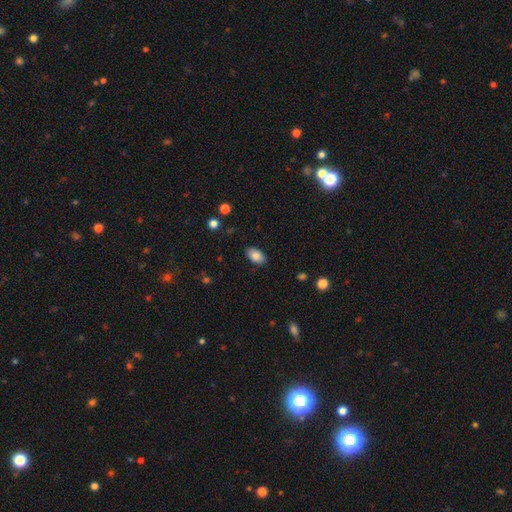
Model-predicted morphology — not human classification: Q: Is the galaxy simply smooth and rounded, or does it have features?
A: smooth — 85%.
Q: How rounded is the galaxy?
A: in between — 93%.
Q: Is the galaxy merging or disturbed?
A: none — 87%.